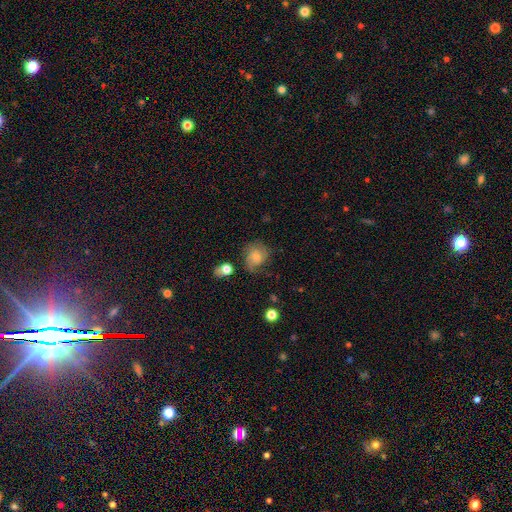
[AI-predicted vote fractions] smooth_or_featured: smooth (p=0.46) [alt: featured or disk p=0.42]
merging: none (p=0.58) [alt: minor disturbance p=0.26]